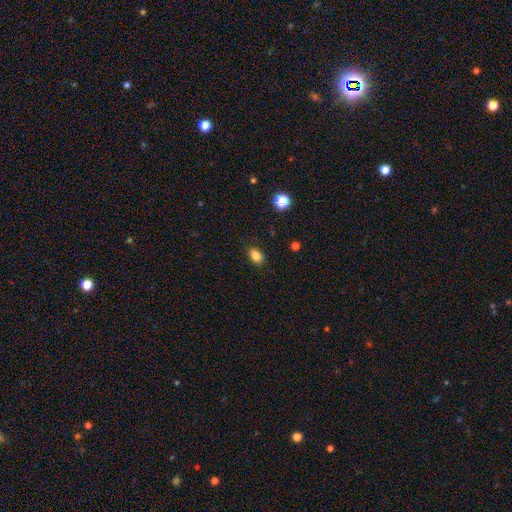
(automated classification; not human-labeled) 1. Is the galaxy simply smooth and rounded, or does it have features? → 85% smooth, 10% star or artifact, 5% featured or disk.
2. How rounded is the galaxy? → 81% in between, 18% round, 1% cigar-shaped.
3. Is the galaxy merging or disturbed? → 87% none, 9% minor disturbance, 2% major disturbance, 1% merger.